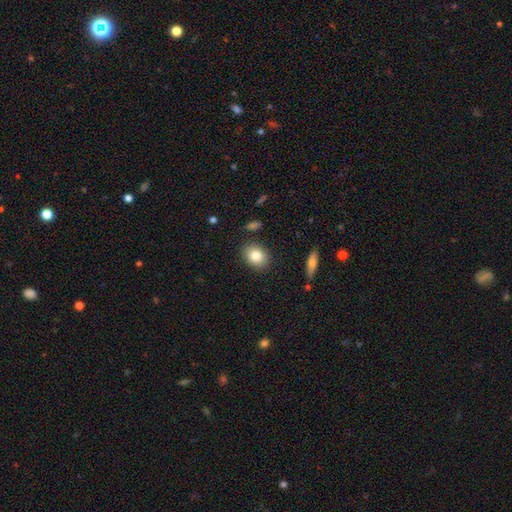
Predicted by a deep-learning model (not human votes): A smooth galaxy with no disk features (83%) that is in between round and cigar-shaped (69%).

Vote fractions:
- Smooth or featured? smooth: 83% / featured or disk: 9% / star or artifact: 8%
- How rounded? in between: 69% / round: 30% / cigar-shaped: 1%
- Merging? none: 87% / minor disturbance: 9% / major disturbance: 2% / merger: 2%